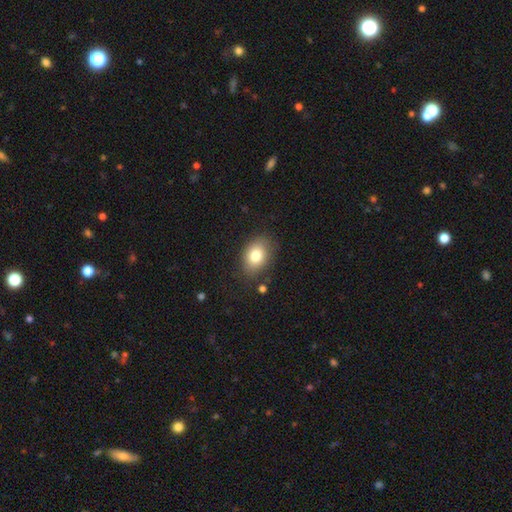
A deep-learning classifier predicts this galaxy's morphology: A smooth galaxy with no disk features (80%) that is in between round and cigar-shaped (76%). Merging: none (79%).